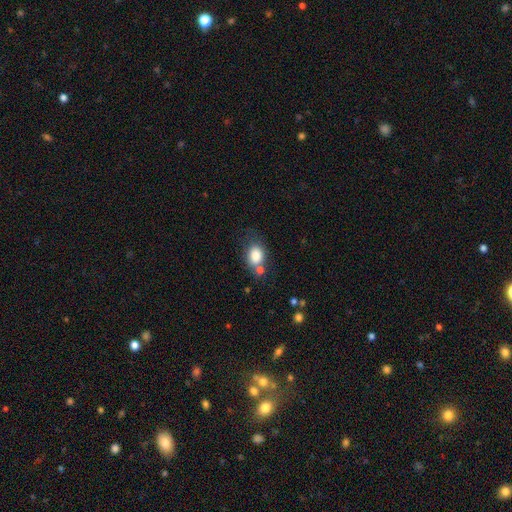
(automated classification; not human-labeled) smooth-or-featured: smooth: 82% | featured or disk: 9% | star or artifact: 9%
  how-rounded: in between: 62% | round: 36% | cigar-shaped: 1%
  merging: none: 54% | merger: 20% | minor disturbance: 19% | major disturbance: 7%